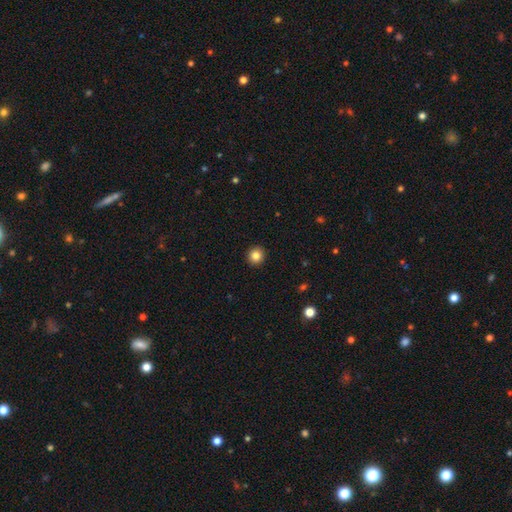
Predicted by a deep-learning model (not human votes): smooth 84%, star or artifact 11%, featured or disk 5%. Down the decision tree: how rounded — round (92%); merging — none (93%).